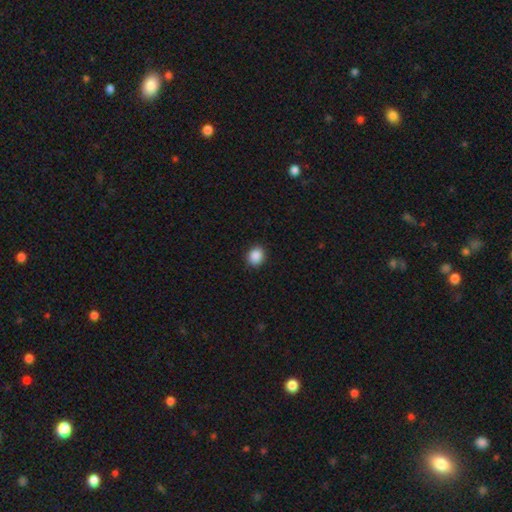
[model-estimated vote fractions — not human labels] Overall: smooth (88%). How rounded: round (70%). Merging: none (90%).